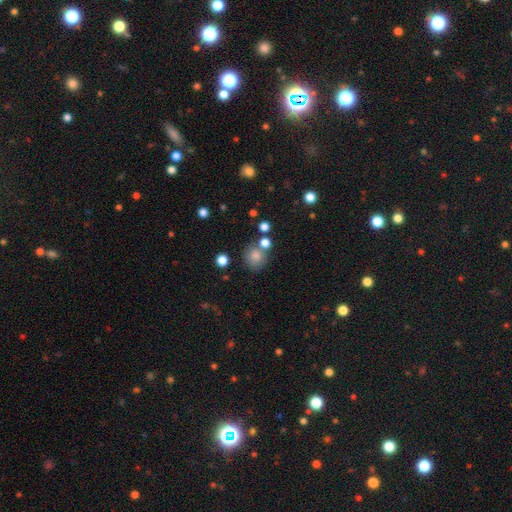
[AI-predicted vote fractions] This appears to be a smooth galaxy with no disk features (81%) that is round (84%). Merging: none (66%).